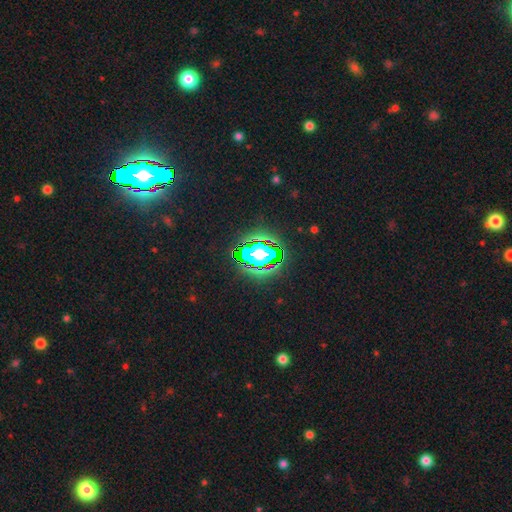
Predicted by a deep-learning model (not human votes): This is likely a star or artifact rather than a galaxy (64%).